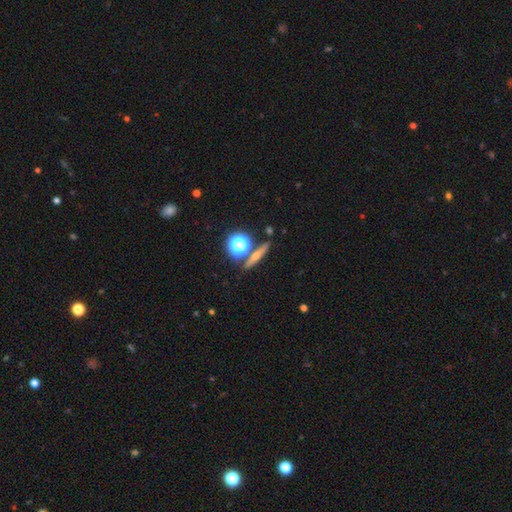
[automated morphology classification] type=featured or disk (48%); merging=none (83%).